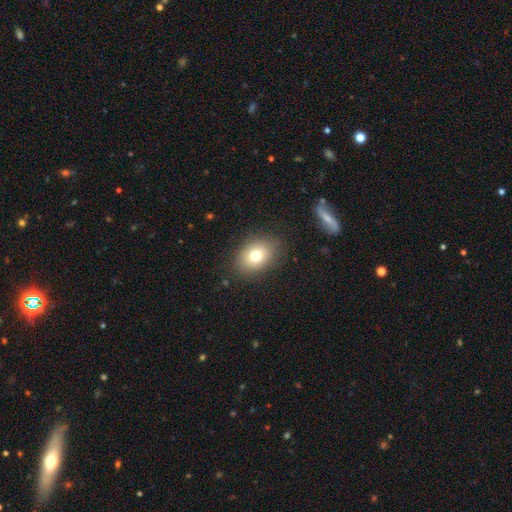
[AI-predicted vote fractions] Overall: smooth (75%). How rounded: in between (63%; round 36%). Merging: none (83%).